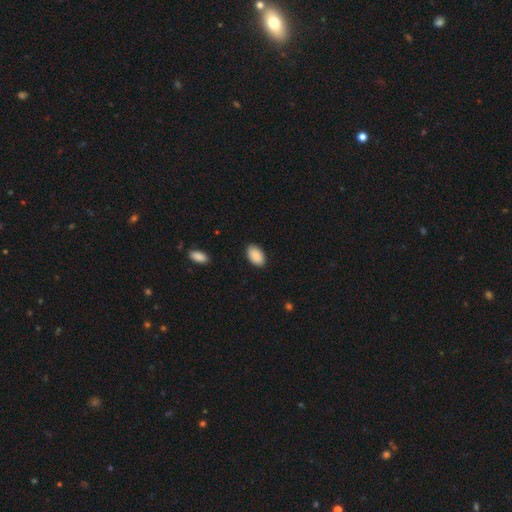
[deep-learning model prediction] A smooth galaxy with no disk features (91%) that is in between round and cigar-shaped (94%).

Vote fractions:
- Smooth or featured? smooth: 91% / star or artifact: 6% / featured or disk: 3%
- How rounded? in between: 94% / round: 5% / cigar-shaped: 1%
- Merging? none: 88% / minor disturbance: 9% / major disturbance: 2% / merger: 1%